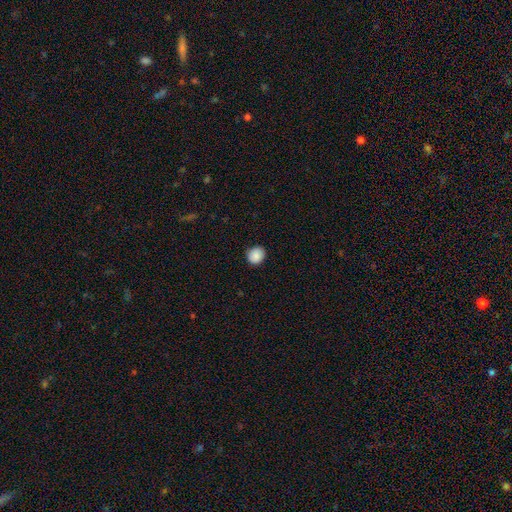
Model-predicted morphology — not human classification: type=smooth (88%); roundness=round (81%); merging=none (87%).